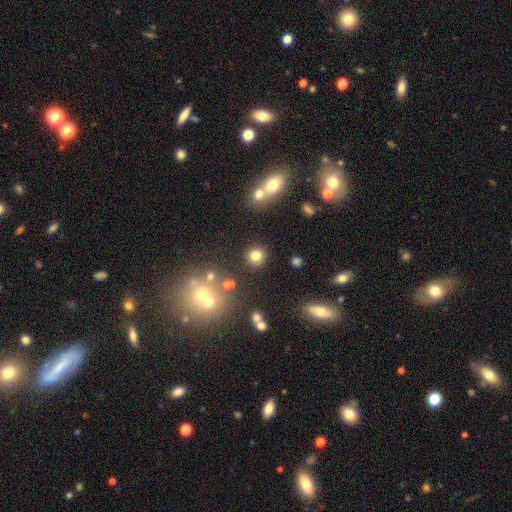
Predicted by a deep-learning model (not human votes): A smooth galaxy with no disk features (80%) that is round (91%). Merging: none (86%).